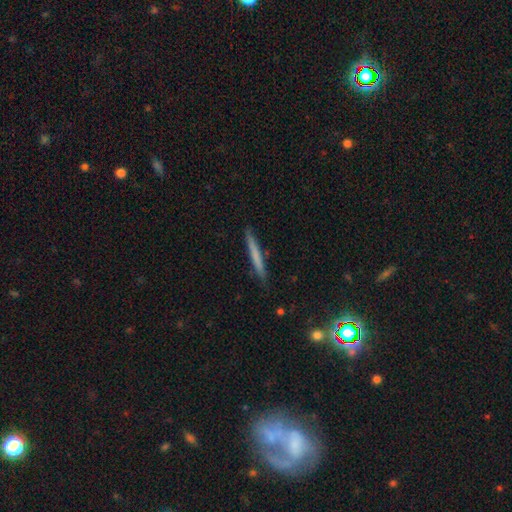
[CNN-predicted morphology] Smooth or featured? smooth (62%)
How rounded? cigar-shaped (96%)
Merging? none (89%)